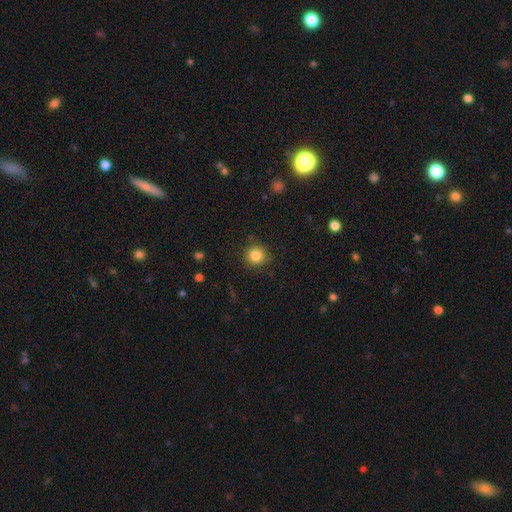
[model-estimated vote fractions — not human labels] smooth_or_featured: smooth (p=0.84) [alt: star or artifact p=0.11]
how_rounded: round (p=0.93) [alt: in between p=0.06]
merging: none (p=0.87) [alt: minor disturbance p=0.09]